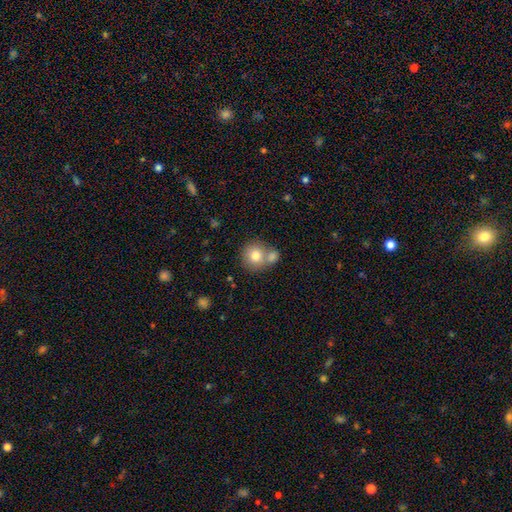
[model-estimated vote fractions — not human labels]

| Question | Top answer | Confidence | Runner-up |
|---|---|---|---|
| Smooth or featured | smooth | 78% | featured or disk (14%) |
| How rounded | round | 87% | in between (12%) |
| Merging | none | 49% | merger (38%) |